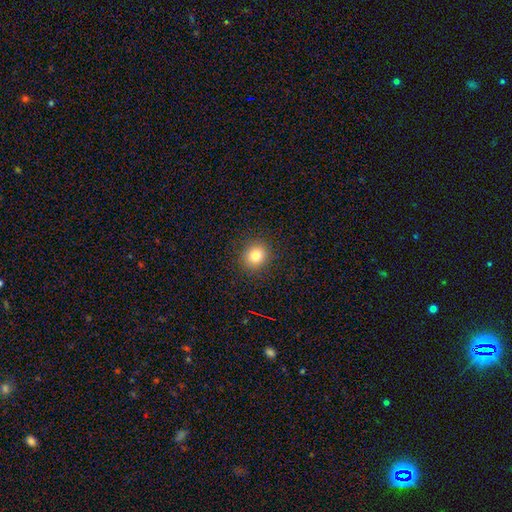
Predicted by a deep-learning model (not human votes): Smooth or featured?
  - smooth: 80% *
  - star or artifact: 13%
  - featured or disk: 7%
How rounded?
  - round: 85% *
  - in between: 14%
  - cigar-shaped: 1%
Merging?
  - none: 90% *
  - minor disturbance: 7%
  - major disturbance: 2%
  - merger: 1%